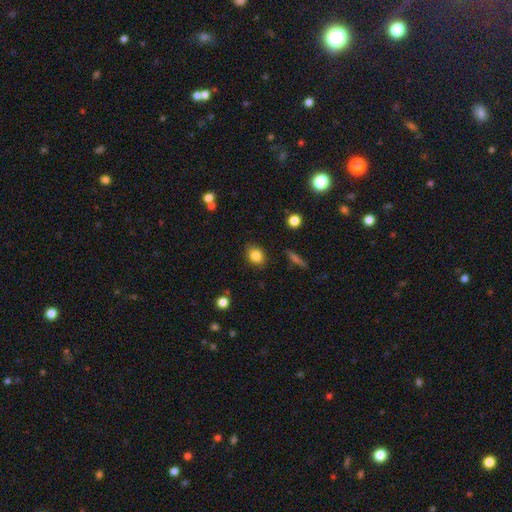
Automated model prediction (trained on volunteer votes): A smooth galaxy with no disk features (83%) that is in between round and cigar-shaped (56%).

Vote fractions:
- Smooth or featured? smooth: 83% / star or artifact: 9% / featured or disk: 8%
- How rounded? in between: 56% / round: 42% / cigar-shaped: 2%
- Merging? none: 85% / minor disturbance: 11% / major disturbance: 2% / merger: 2%